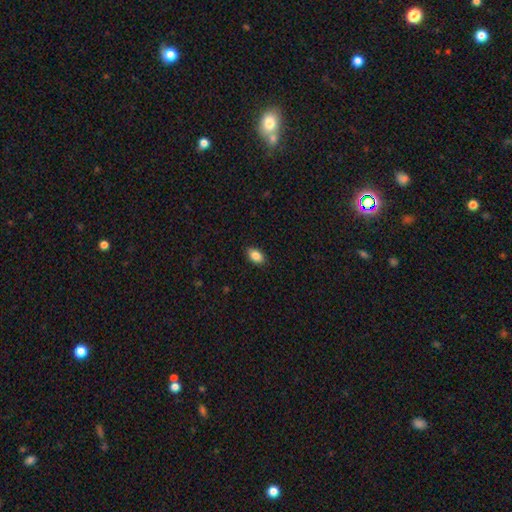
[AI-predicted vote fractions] A smooth galaxy with no disk features (86%) that is in between round and cigar-shaped (90%).

Vote fractions:
- Smooth or featured? smooth: 86% / star or artifact: 8% / featured or disk: 6%
- How rounded? in between: 90% / round: 9% / cigar-shaped: 2%
- Merging? none: 89% / minor disturbance: 8% / major disturbance: 2% / merger: 1%